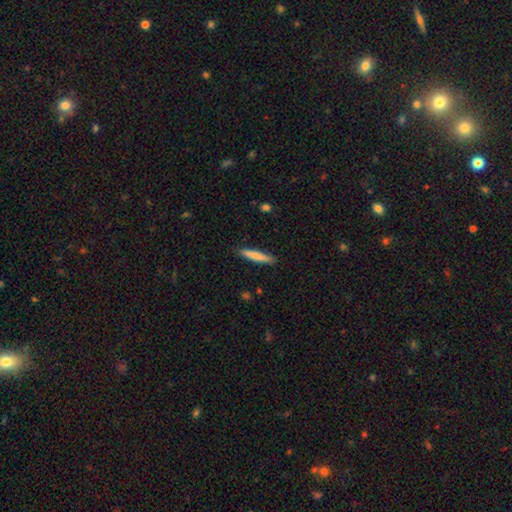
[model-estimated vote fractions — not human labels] A smooth galaxy with no disk features (77%) that is cigar-shaped (92%). Merging: none (88%).